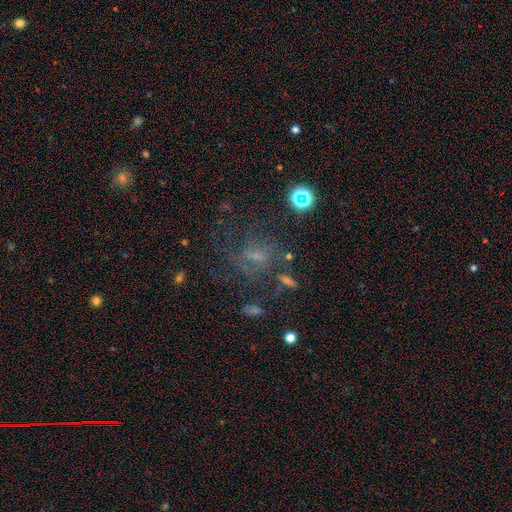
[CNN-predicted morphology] This appears to be a featured or disk galaxy (41%). Merging: none (51%).